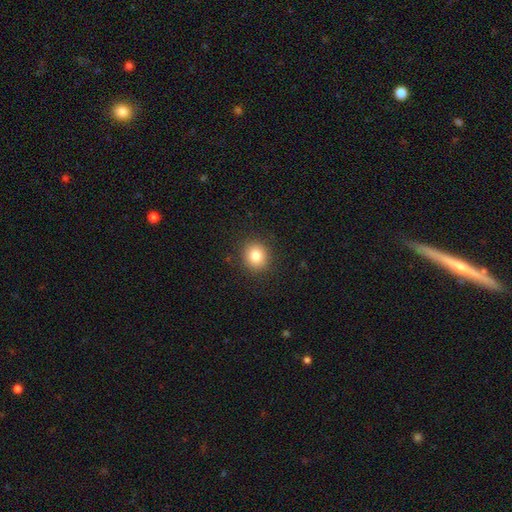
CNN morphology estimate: smooth-or-featured: smooth: 83% | star or artifact: 10% | featured or disk: 7%
  how-rounded: round: 82% | in between: 17% | cigar-shaped: 1%
  merging: none: 90% | minor disturbance: 7% | major disturbance: 2% | merger: 1%